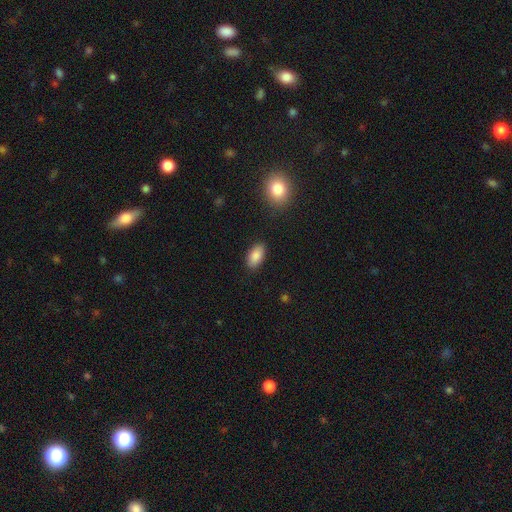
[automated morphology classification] Smooth or featured?
  - smooth: 87% *
  - star or artifact: 7%
  - featured or disk: 5%
How rounded?
  - in between: 93% *
  - round: 4%
  - cigar-shaped: 3%
Merging?
  - none: 87% *
  - minor disturbance: 10%
  - major disturbance: 2%
  - merger: 1%